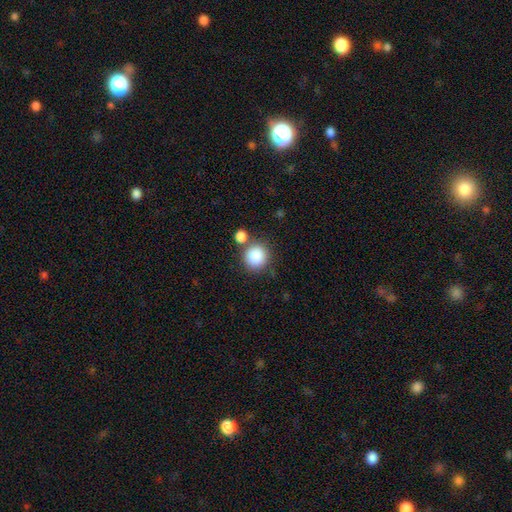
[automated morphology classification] Smooth or featured? Predicted: smooth (p=0.86). How rounded? Predicted: round (p=0.91). Merging? Predicted: none (p=0.69).